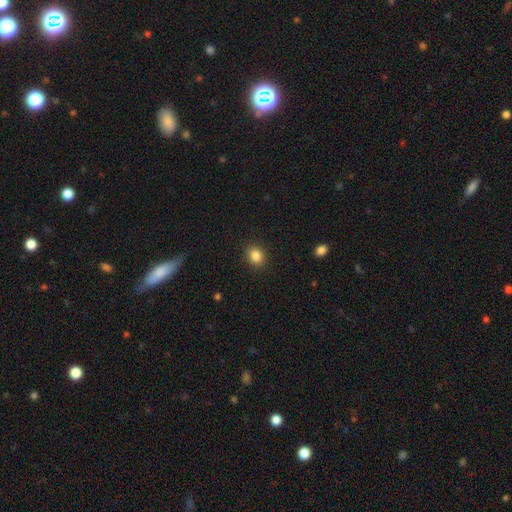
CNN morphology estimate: Q: Smooth or featured?
A: smooth (86%); runner-up: star or artifact (10%)
Q: How rounded?
A: round (59%); runner-up: in between (41%)
Q: Merging?
A: none (89%); runner-up: minor disturbance (7%)